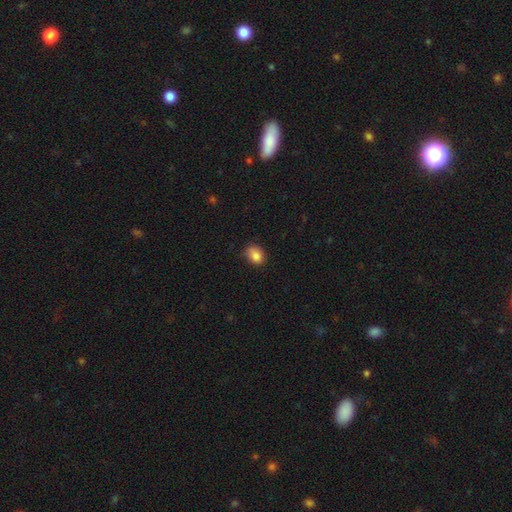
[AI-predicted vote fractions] Smooth or featured? Predicted: smooth (p=0.85). How rounded? Predicted: in between (p=0.62). Merging? Predicted: none (p=0.70).